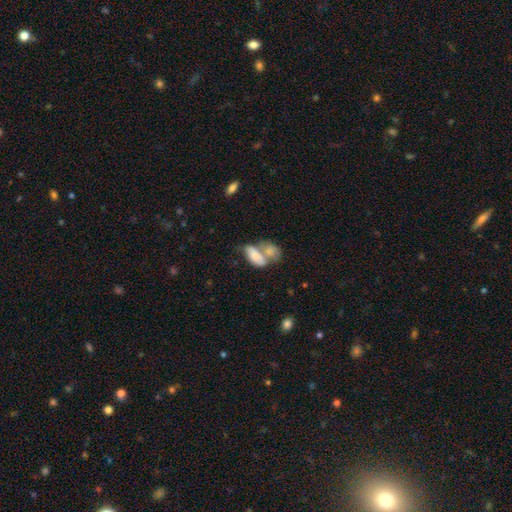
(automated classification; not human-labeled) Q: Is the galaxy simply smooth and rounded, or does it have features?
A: smooth — 72%.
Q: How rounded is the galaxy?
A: in between — 90%.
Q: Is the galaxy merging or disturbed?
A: merger — 67%.